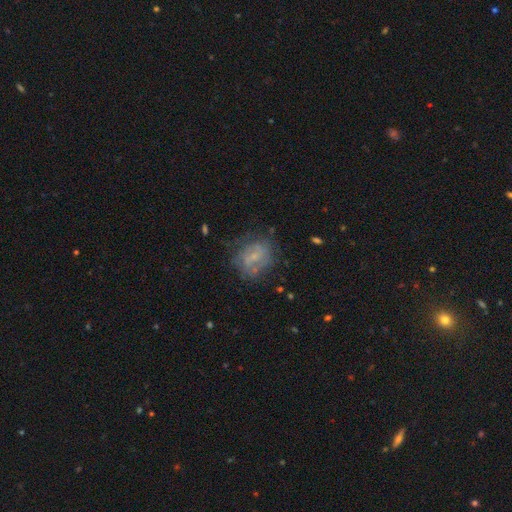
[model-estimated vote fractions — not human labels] smooth_or_featured: featured or disk (p=0.54) [alt: smooth p=0.35]
disk_edge_on: no (p=0.97) [alt: yes p=0.03]
bar: no (p=0.58) [alt: weak p=0.35]
has_spiral_arms: yes (p=0.51) [alt: no p=0.49]
bulge_size: small (p=0.63) [alt: moderate p=0.18]
merging: none (p=0.58) [alt: minor disturbance p=0.23]